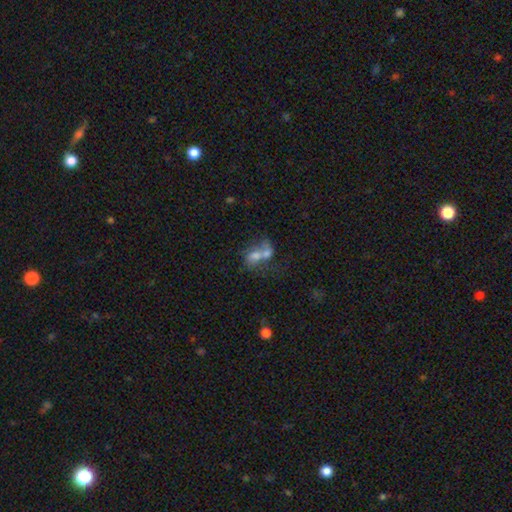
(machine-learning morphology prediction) This appears to be a smooth galaxy with no disk features (57%) that is in between round and cigar-shaped (62%). Merging: merger (69%).